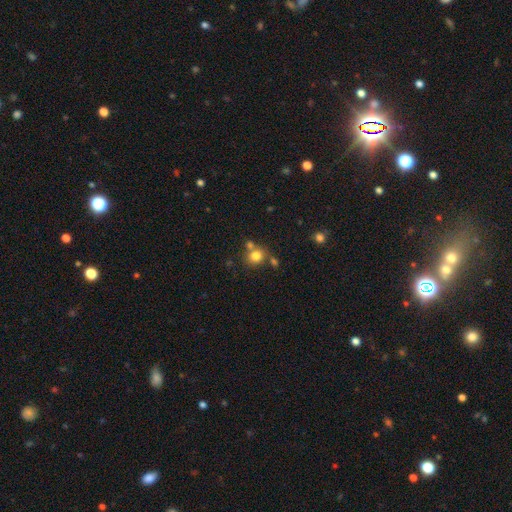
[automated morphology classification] Q: Smooth or featured?
A: smooth (80%); runner-up: star or artifact (12%)
Q: How rounded?
A: round (79%); runner-up: in between (21%)
Q: Merging?
A: none (62%); runner-up: merger (23%)